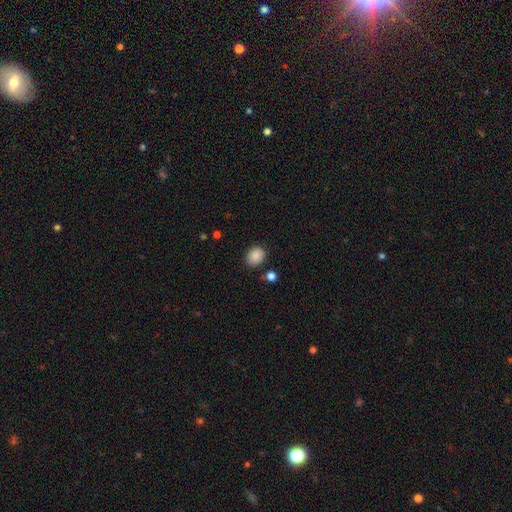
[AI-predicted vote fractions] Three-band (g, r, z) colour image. It shows a smooth galaxy with no disk features (88%) that is round (51%). Merging: none (84%).